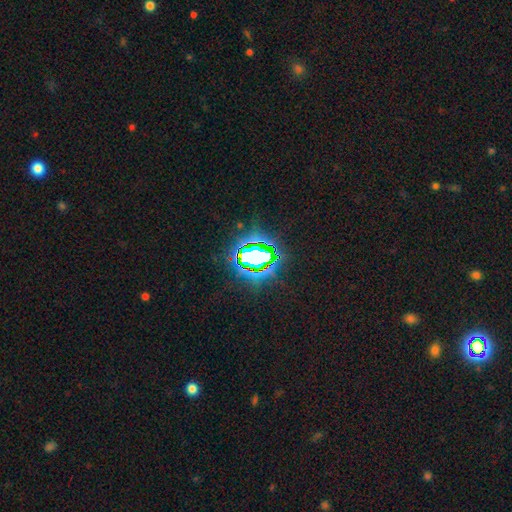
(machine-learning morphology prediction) smooth-or-featured: star or artifact: 73% | smooth: 15% | featured or disk: 12%